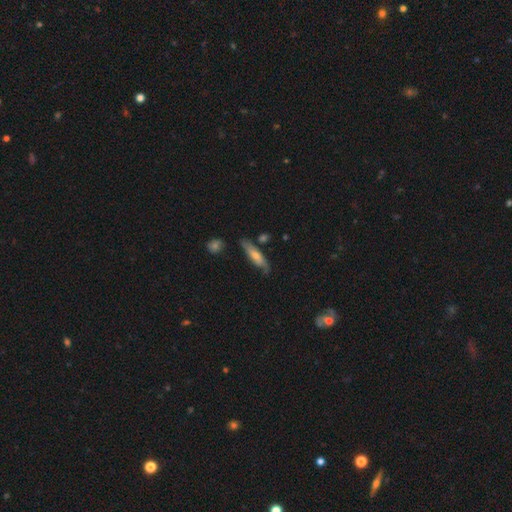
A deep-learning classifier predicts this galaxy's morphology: Smooth or featured: smooth — 56% (featured or disk — 38%)
How rounded: cigar-shaped — 68% (in between — 30%)
Merging: none — 69% (minor disturbance — 22%)